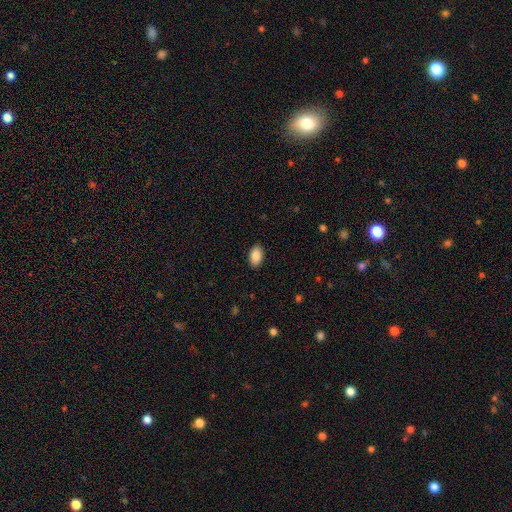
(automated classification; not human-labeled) This appears to be a smooth galaxy with no disk features (87%) that is in between round and cigar-shaped (93%). Merging: none (89%).